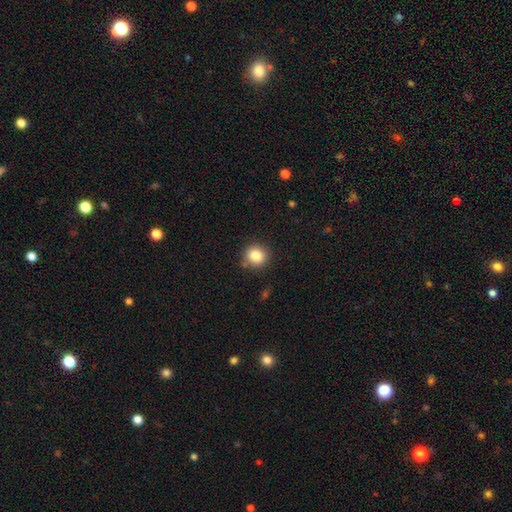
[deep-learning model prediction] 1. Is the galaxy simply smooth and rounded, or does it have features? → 83% smooth, 11% star or artifact, 6% featured or disk.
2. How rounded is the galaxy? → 89% round, 10% in between, 1% cigar-shaped.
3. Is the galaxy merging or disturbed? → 86% none, 9% minor disturbance, 3% merger, 3% major disturbance.